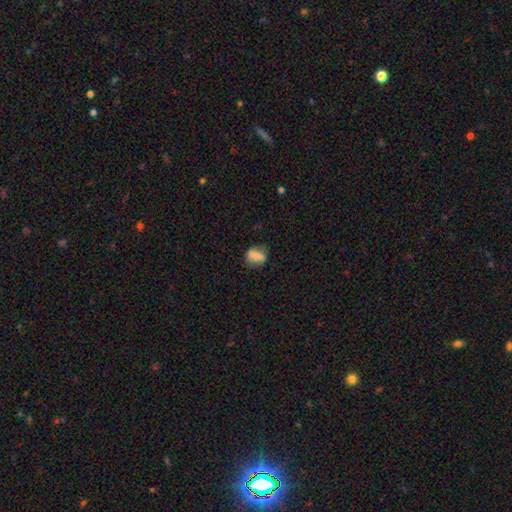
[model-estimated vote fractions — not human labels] This appears to be a smooth galaxy with no disk features (73%) that is in between round and cigar-shaped (68%). Merging: none (64%).